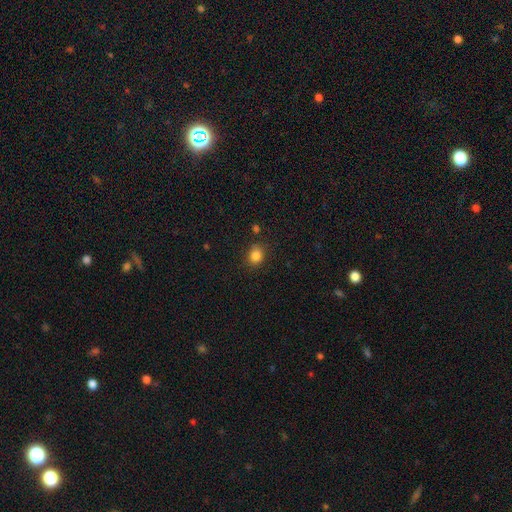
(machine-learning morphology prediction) smooth 84%, star or artifact 12%, featured or disk 5%. Down the decision tree: how rounded — round (64%); merging — none (80%).